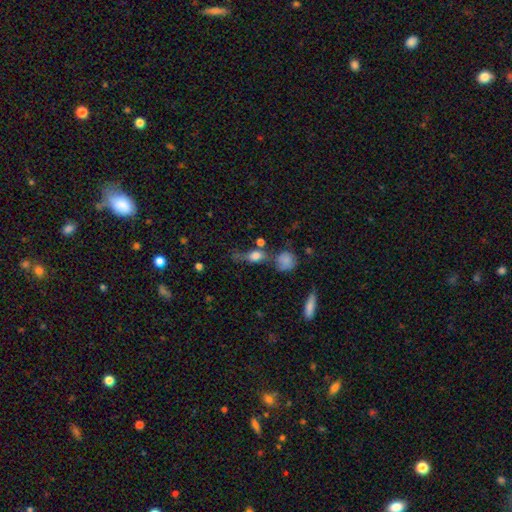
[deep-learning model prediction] Smooth or featured?
  - smooth: 68% *
  - featured or disk: 20%
  - star or artifact: 12%
How rounded?
  - in between: 60% *
  - round: 25%
  - cigar-shaped: 15%
Merging?
  - none: 44% *
  - minor disturbance: 23%
  - major disturbance: 17%
  - merger: 16%